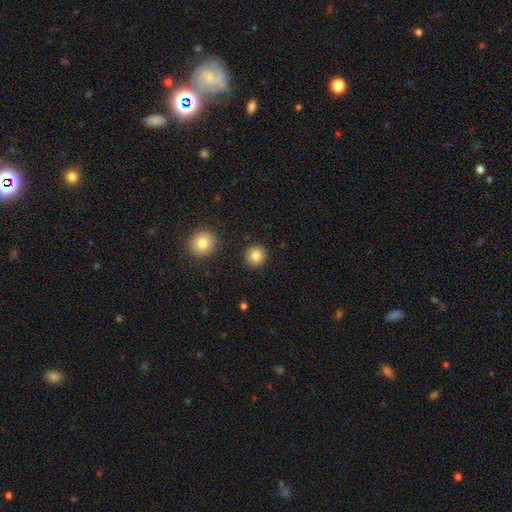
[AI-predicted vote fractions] Smooth or featured?
  - smooth: 84% *
  - star or artifact: 10%
  - featured or disk: 6%
How rounded?
  - round: 93% *
  - in between: 6%
  - cigar-shaped: 1%
Merging?
  - none: 91% *
  - minor disturbance: 5%
  - major disturbance: 2%
  - merger: 2%